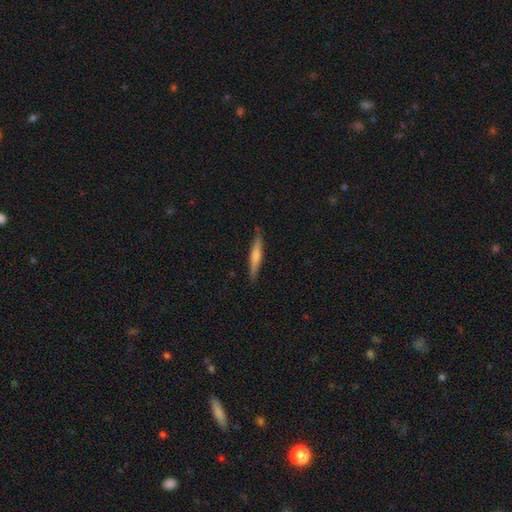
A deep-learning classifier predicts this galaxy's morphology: smooth_or_featured: smooth (p=0.53) [alt: featured or disk p=0.41]
how_rounded: cigar-shaped (p=0.92) [alt: in between p=0.07]
merging: none (p=0.86) [alt: minor disturbance p=0.11]